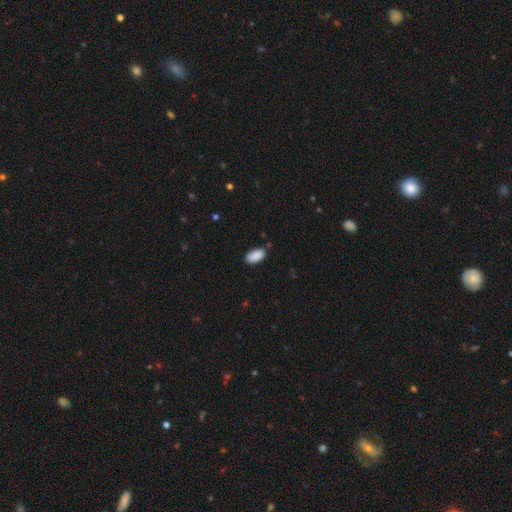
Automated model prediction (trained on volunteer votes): smooth_or_featured: smooth (p=0.90) [alt: star or artifact p=0.07]
how_rounded: in between (p=0.94) [alt: cigar-shaped p=0.03]
merging: none (p=0.83) [alt: minor disturbance p=0.13]